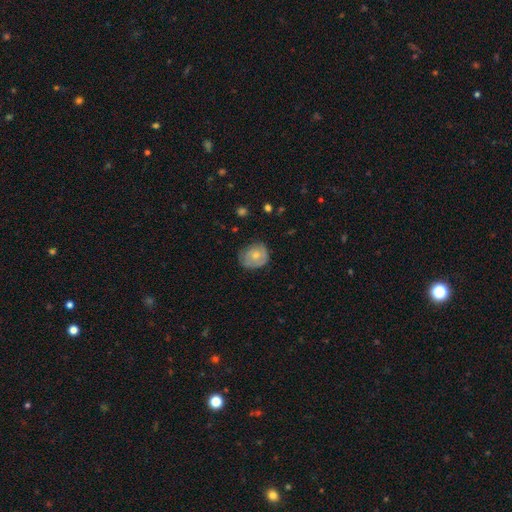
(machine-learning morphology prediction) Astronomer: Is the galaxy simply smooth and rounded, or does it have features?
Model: smooth — 60%.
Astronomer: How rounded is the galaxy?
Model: round — 67%.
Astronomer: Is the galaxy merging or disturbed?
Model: none — 63%.